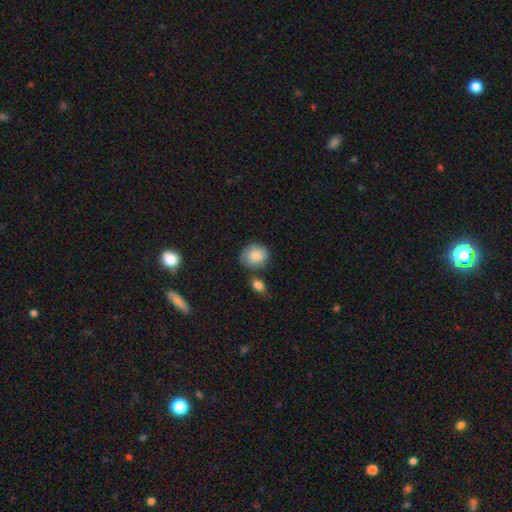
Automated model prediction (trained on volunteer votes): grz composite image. It shows a smooth galaxy with no disk features (84%) that is round (60%). Merging: none (63%).